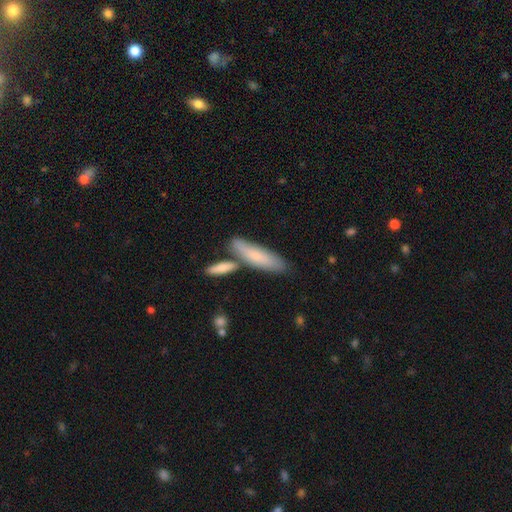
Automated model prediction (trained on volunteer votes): Smooth or featured? Predicted: smooth (p=0.73). How rounded? Predicted: cigar-shaped (p=0.60). Merging? Predicted: none (p=0.60).